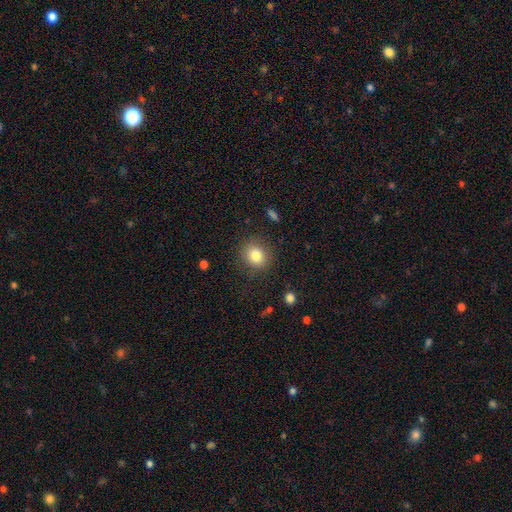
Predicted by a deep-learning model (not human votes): Smooth or featured?
  - smooth: 82% *
  - star or artifact: 10%
  - featured or disk: 8%
How rounded?
  - round: 79% *
  - in between: 20%
  - cigar-shaped: 1%
Merging?
  - none: 86% *
  - minor disturbance: 9%
  - major disturbance: 3%
  - merger: 1%